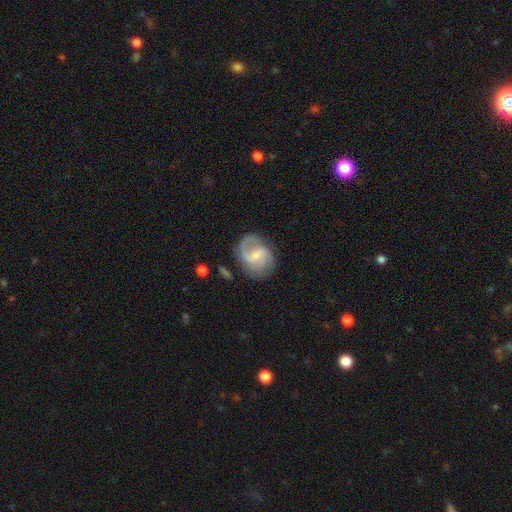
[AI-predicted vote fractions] Smooth or featured: featured or disk — 81% (smooth — 14%)
Edge-on disk: no — 98% (yes — 2%)
Bar: weak — 57% (no — 31%)
Spiral arms: yes — 95% (no — 5%)
Spiral winding: medium — 50% (loose — 32%)
Spiral arm count: 2 — 71% (can't tell — 9%)
Bulge size: small — 61% (moderate — 29%)
Merging: none — 69% (minor disturbance — 19%)